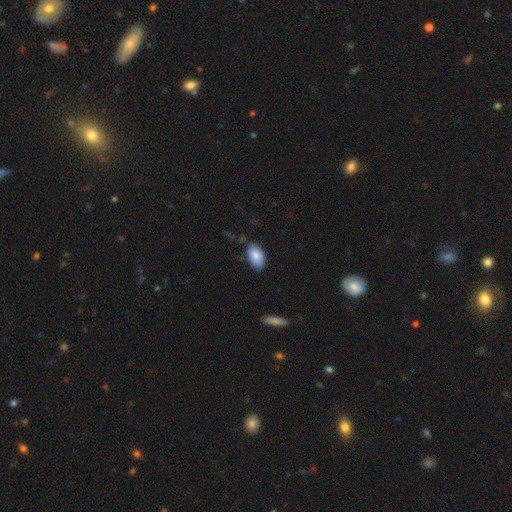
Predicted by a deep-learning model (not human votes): Q: Smooth or featured?
A: smooth (85%); runner-up: featured or disk (8%)
Q: How rounded?
A: in between (93%); runner-up: round (6%)
Q: Merging?
A: none (72%); runner-up: minor disturbance (21%)